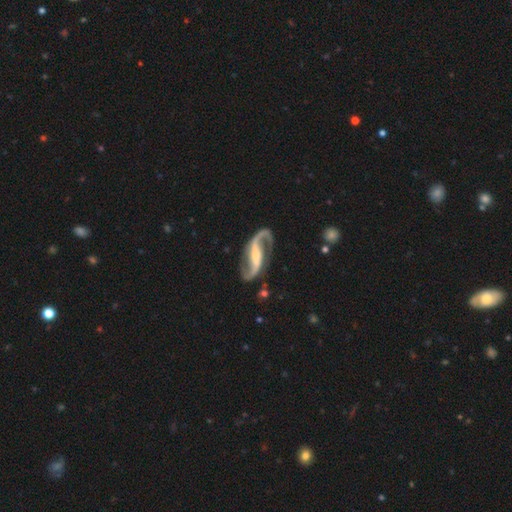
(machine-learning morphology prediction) Smooth or featured? featured or disk (93%)
Edge-on disk? no (97%)
Bar? strong (52%)
Spiral arms? yes (98%)
Spiral winding? loose (50%)
Spiral arm count? 2 (94%)
Bulge size? small (46%)
Merging? none (82%)